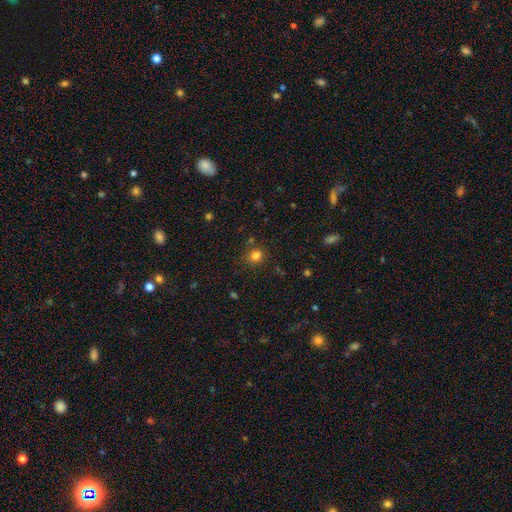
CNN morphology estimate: A smooth galaxy with no disk features (80%) that is round (76%). Merging: none (81%).